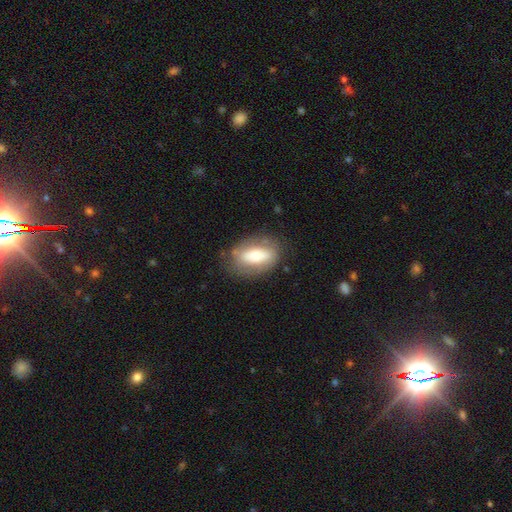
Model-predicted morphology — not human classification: Overall: smooth (57%; featured or disk 36%). How rounded: in between (85%). Merging: none (74%).